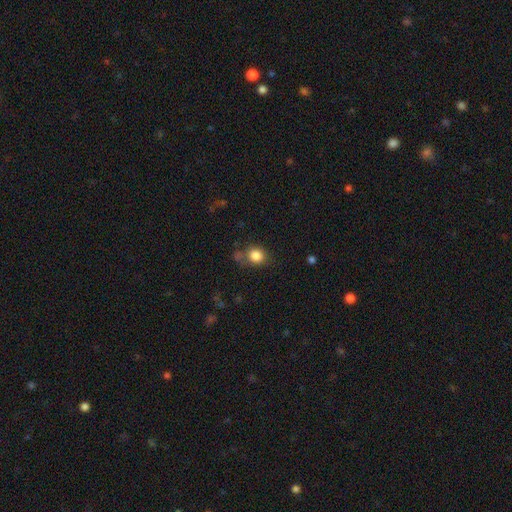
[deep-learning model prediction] Smooth or featured: smooth — 84% (star or artifact — 11%)
How rounded: round — 77% (in between — 22%)
Merging: none — 66% (minor disturbance — 17%)